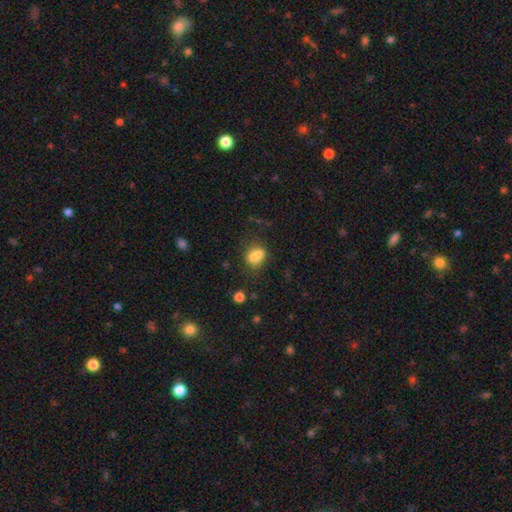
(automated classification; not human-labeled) smooth_or_featured: smooth (p=0.73) [alt: featured or disk p=0.14]
how_rounded: in between (p=0.57) [alt: round p=0.41]
merging: none (p=0.39) [tied with: merger p=0.39]